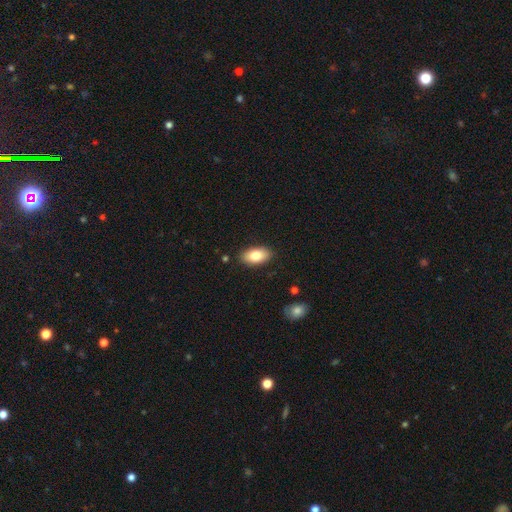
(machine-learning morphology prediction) A smooth galaxy with no disk features (79%) that is in between round and cigar-shaped (93%). Merging: none (87%).